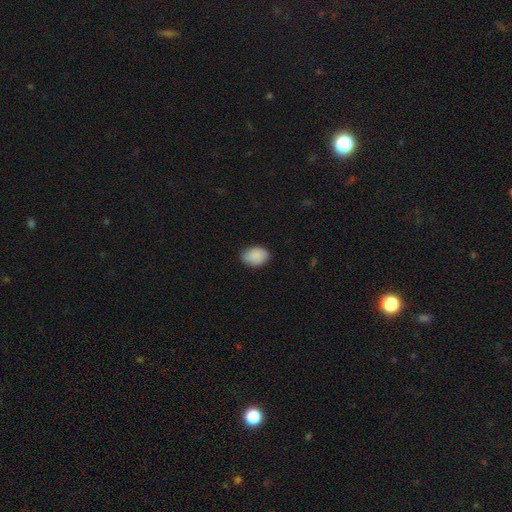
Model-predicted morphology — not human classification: This is clearly a smooth galaxy (87%). How rounded: likely in between (75%). Merging: clearly none (80%).